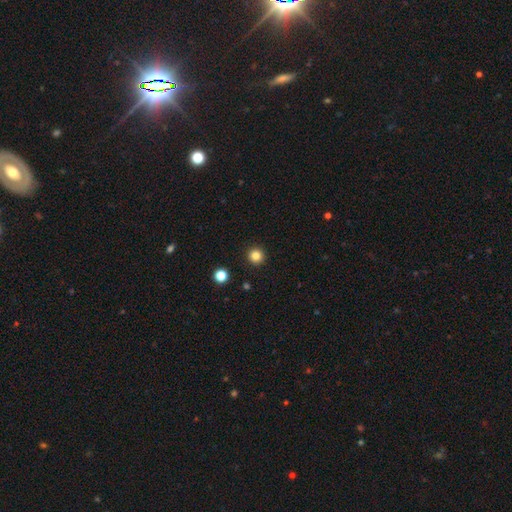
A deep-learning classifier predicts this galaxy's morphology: The model was most divided on "smooth or featured": smooth: 84%, star or artifact: 12%, featured or disk: 4%. More confident: how rounded — round (96%); merging — none (94%).